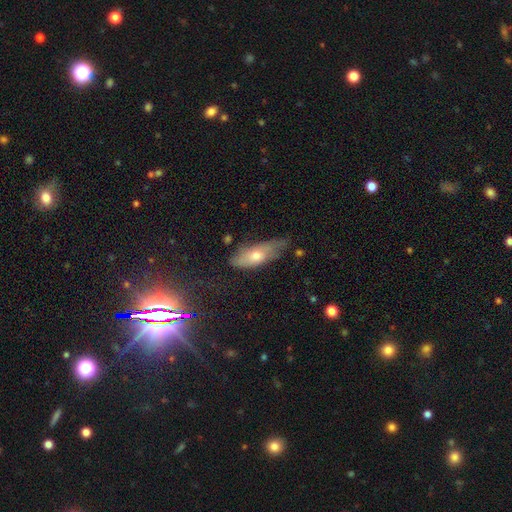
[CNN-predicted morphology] A smooth galaxy with no disk features (54%) that is in between round and cigar-shaped (69%). Merging: none (48%).